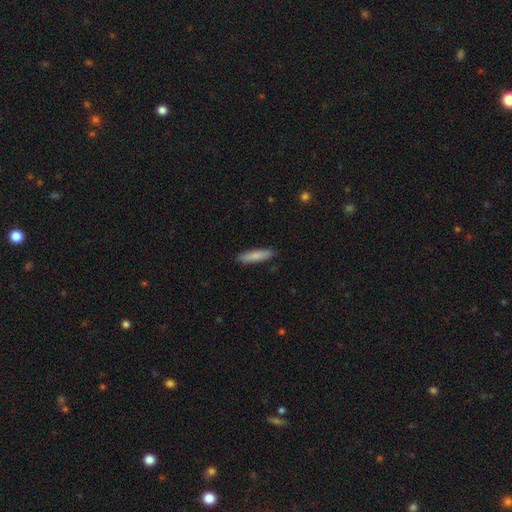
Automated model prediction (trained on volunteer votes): Overall: smooth (83%). How rounded: cigar-shaped (79%). Merging: none (89%).